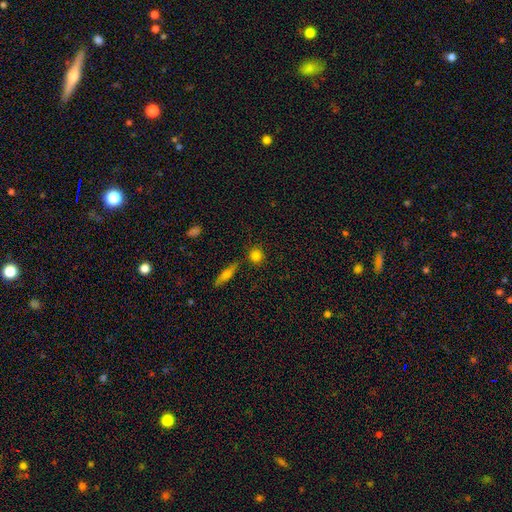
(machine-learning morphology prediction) Overall: smooth (82%). How rounded: round (87%). Merging: none (82%).